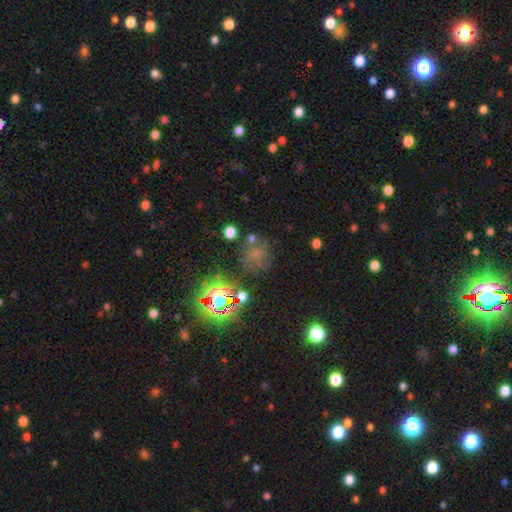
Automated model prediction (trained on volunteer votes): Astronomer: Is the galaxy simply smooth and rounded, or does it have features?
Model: smooth — 43% (runner-up: star or artifact, 38%).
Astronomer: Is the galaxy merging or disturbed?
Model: none — 58%.